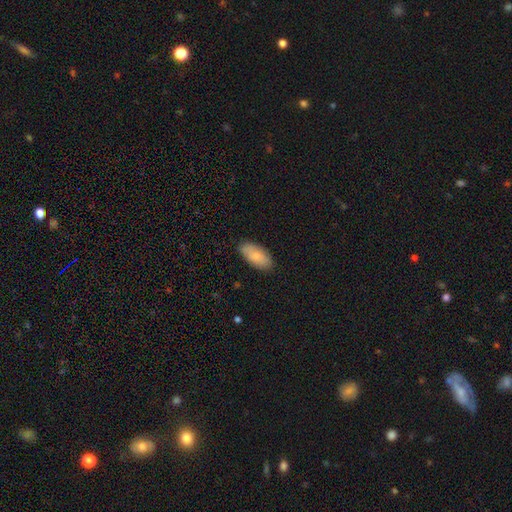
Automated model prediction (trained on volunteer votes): Smooth or featured?
  - smooth: 82% *
  - featured or disk: 13%
  - star or artifact: 6%
How rounded?
  - in between: 93% *
  - cigar-shaped: 5%
  - round: 2%
Merging?
  - none: 85% *
  - minor disturbance: 12%
  - major disturbance: 2%
  - merger: 1%